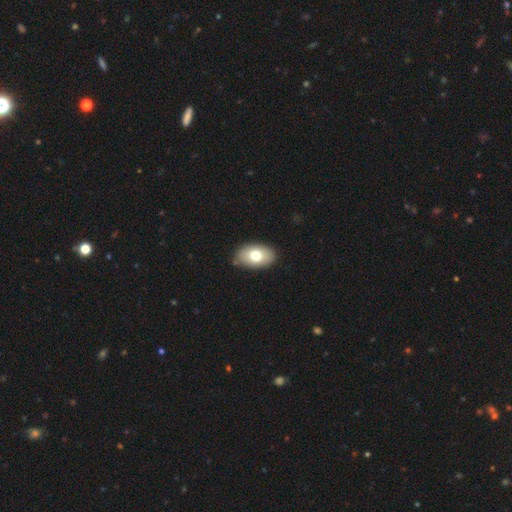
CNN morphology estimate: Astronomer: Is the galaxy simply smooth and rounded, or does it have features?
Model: smooth — 73%.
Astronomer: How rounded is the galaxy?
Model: in between — 90%.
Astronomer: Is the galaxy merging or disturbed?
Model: none — 85%.